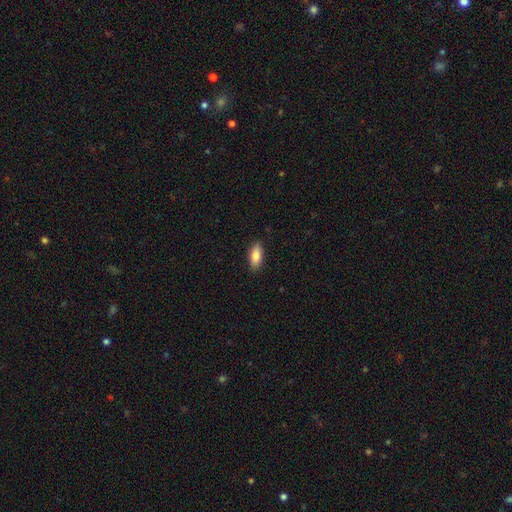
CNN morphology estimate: Overall: smooth (86%). How rounded: in between (86%). Merging: none (89%).